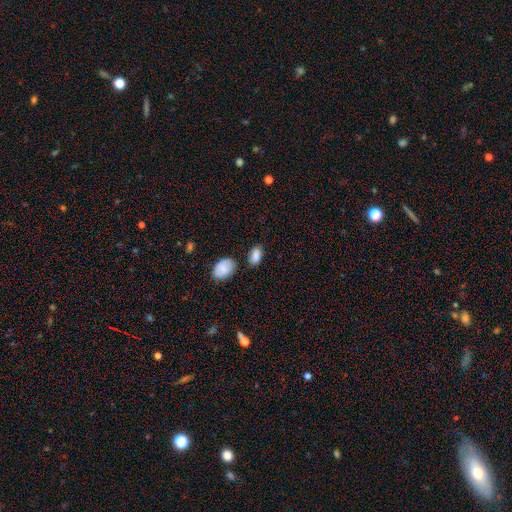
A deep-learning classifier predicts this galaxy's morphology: type=smooth (86%); roundness=in between (92%); merging=none (71%).